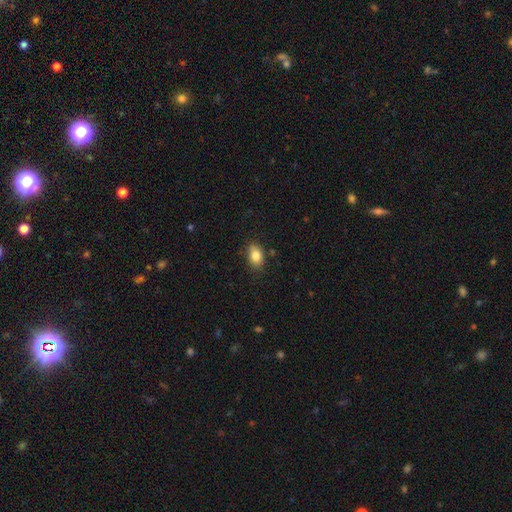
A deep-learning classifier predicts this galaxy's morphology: A smooth galaxy with no disk features (83%) that is in between round and cigar-shaped (83%). Merging: none (81%).